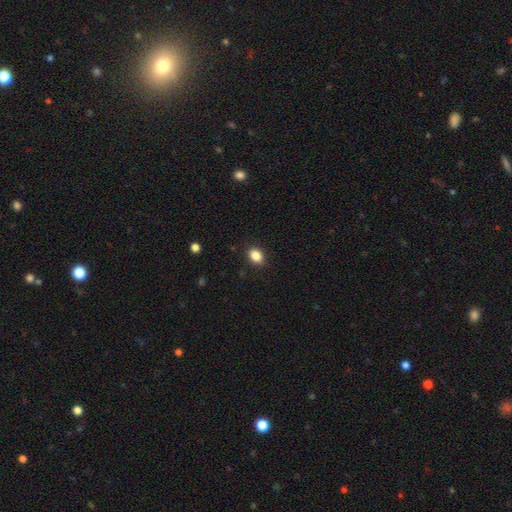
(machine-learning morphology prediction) smooth 86%, star or artifact 9%, featured or disk 4%. Down the decision tree: how rounded — in between (71%); merging — none (88%).